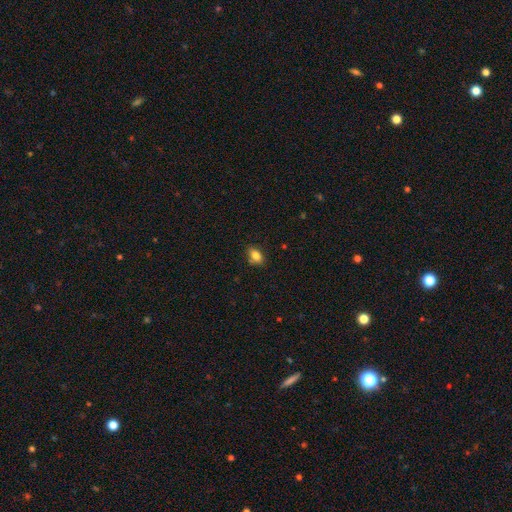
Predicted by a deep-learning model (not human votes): Overall: smooth (83%). How rounded: in between (82%). Merging: none (79%).